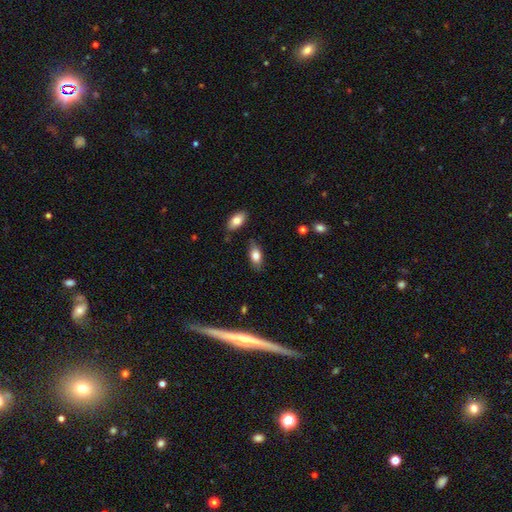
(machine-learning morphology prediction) Overall: smooth (79%). How rounded: in between (88%). Merging: none (81%).